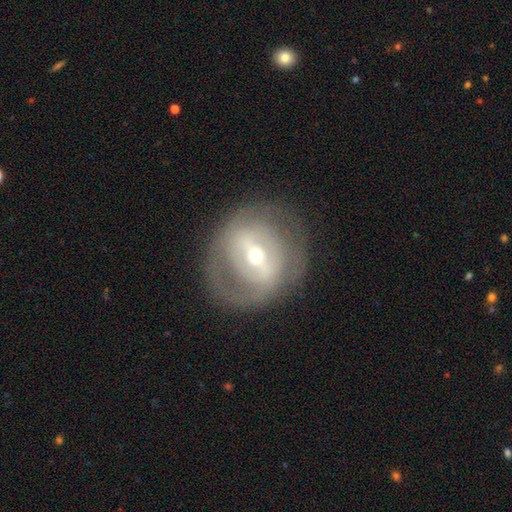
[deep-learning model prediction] smooth-or-featured: featured or disk: 72% | smooth: 21% | star or artifact: 7%
  disk-edge-on: no: 94% | yes: 6%
    bar: strong: 45% | weak: 36% | no: 18%
    has-spiral-arms: no: 51% | yes: 49%
    bulge-size: small: 53% | moderate: 43% | large: 3% | dominant: 1% | none: 1%
  merging: none: 75% | minor disturbance: 14% | major disturbance: 10% | merger: 1%